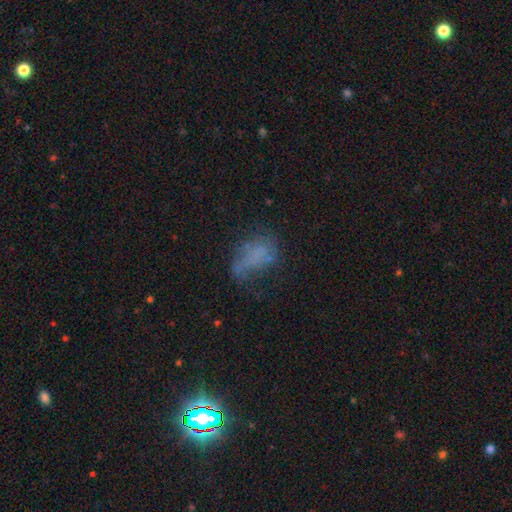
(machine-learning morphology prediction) type=smooth (48%); merging=major disturbance (35%).